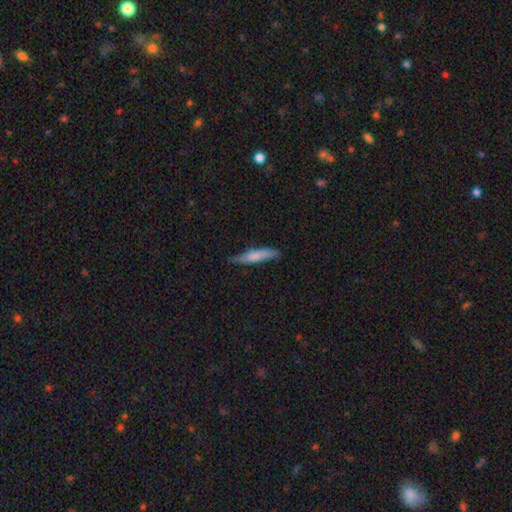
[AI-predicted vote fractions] This is likely a smooth galaxy (70%). How rounded: clearly cigar-shaped (86%). Merging: likely none (70%).